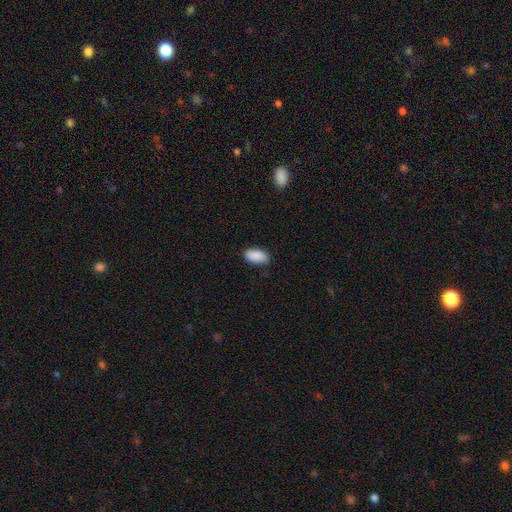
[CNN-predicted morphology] This is clearly a smooth galaxy (89%). How rounded: clearly in between (94%). Merging: clearly none (83%).